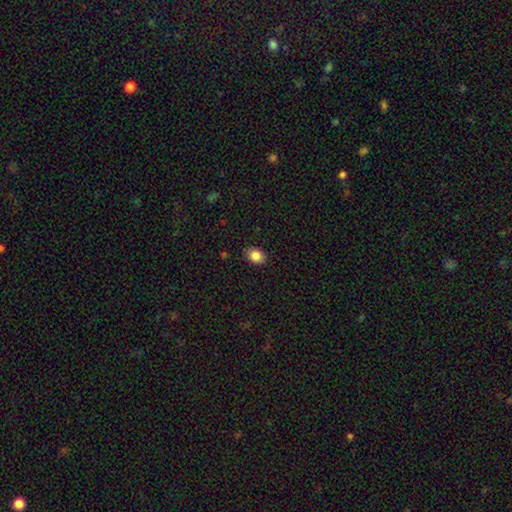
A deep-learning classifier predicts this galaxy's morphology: The model was most divided on "how rounded": in between: 52%, round: 47%, cigar-shaped: 1%. More confident: merging — none (87%); smooth or featured — smooth (86%).